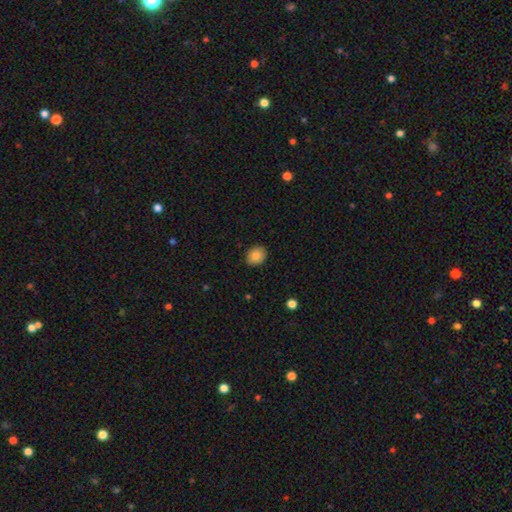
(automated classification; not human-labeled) This is clearly a smooth galaxy (82%). How rounded: possibly round (57%). Merging: clearly none (89%).